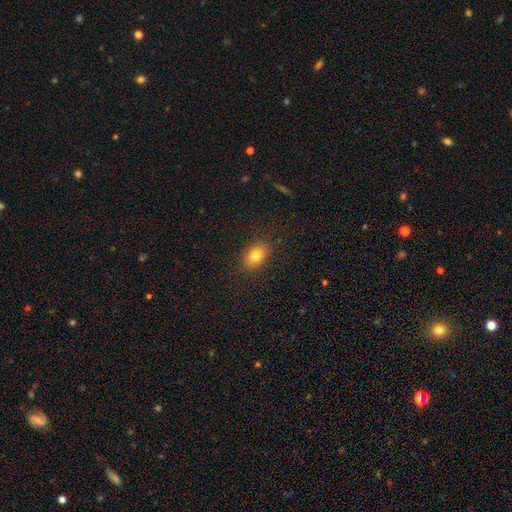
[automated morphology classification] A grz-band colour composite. It shows a smooth galaxy with no disk features (80%) that is in between round and cigar-shaped (73%). Merging: none (86%).